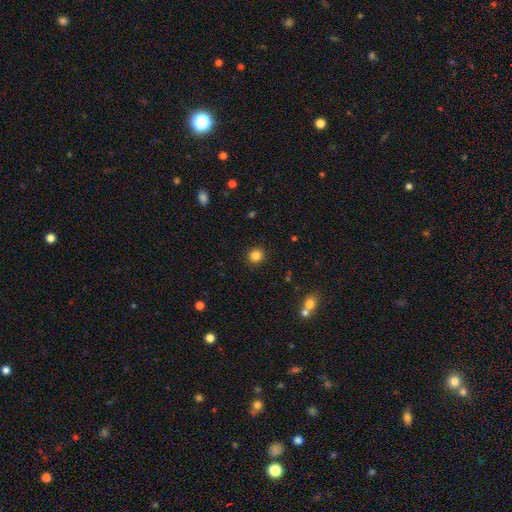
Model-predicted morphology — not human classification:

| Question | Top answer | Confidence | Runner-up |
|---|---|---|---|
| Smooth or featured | smooth | 84% | star or artifact (11%) |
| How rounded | round | 91% | in between (9%) |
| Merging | none | 91% | minor disturbance (6%) |